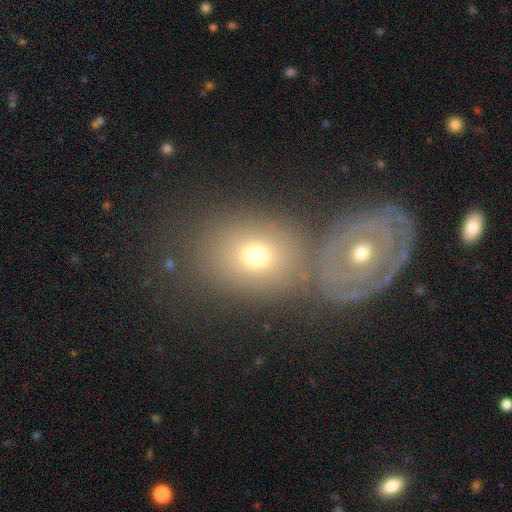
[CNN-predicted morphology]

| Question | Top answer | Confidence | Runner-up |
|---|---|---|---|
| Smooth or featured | smooth | 54% | featured or disk (35%) |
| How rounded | in between | 56% | round (42%) |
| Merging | none | 45% | merger (38%) |